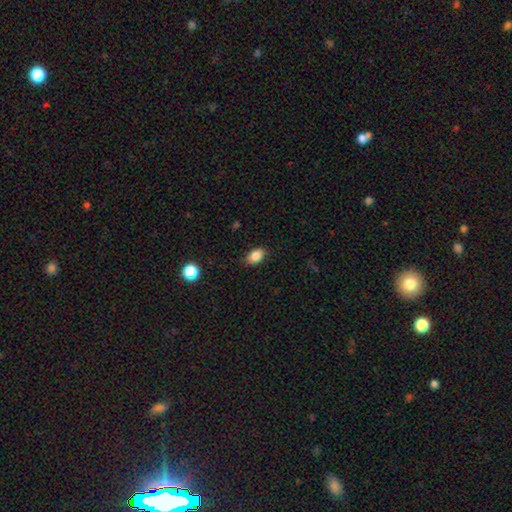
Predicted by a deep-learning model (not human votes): Q: Smooth or featured?
A: smooth (86%); runner-up: star or artifact (9%)
Q: How rounded?
A: in between (84%); runner-up: round (14%)
Q: Merging?
A: none (82%); runner-up: minor disturbance (14%)